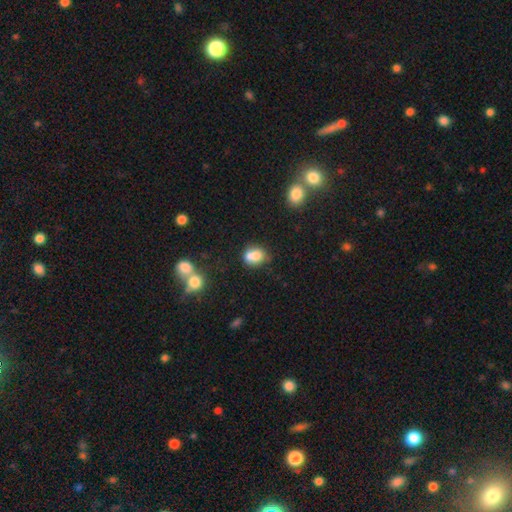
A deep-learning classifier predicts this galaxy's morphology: Smooth or featured? Predicted: smooth (p=0.75). How rounded? Predicted: in between (p=0.53). Merging? Predicted: merger (p=0.45).